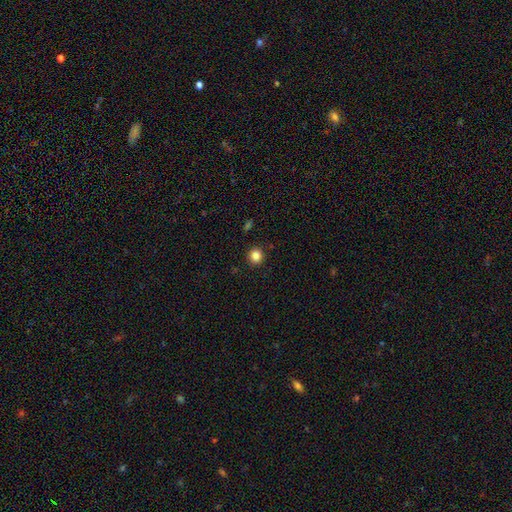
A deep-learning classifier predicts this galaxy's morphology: Overall: smooth (85%). How rounded: round (90%). Merging: none (91%).